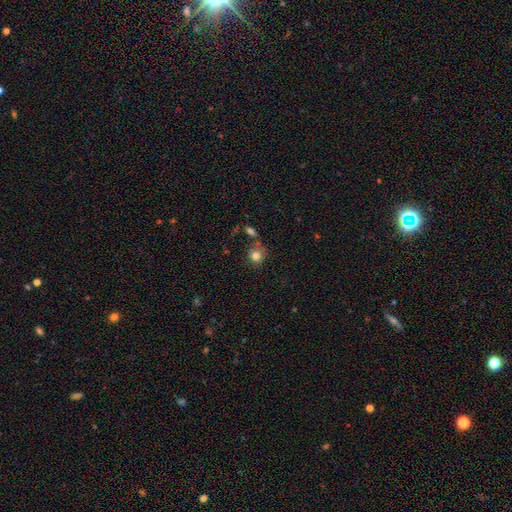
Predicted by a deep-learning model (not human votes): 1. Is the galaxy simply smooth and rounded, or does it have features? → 82% smooth, 10% star or artifact, 8% featured or disk.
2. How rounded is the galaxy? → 82% round, 17% in between, 1% cigar-shaped.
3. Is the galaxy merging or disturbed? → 63% none, 17% minor disturbance, 14% merger, 6% major disturbance.